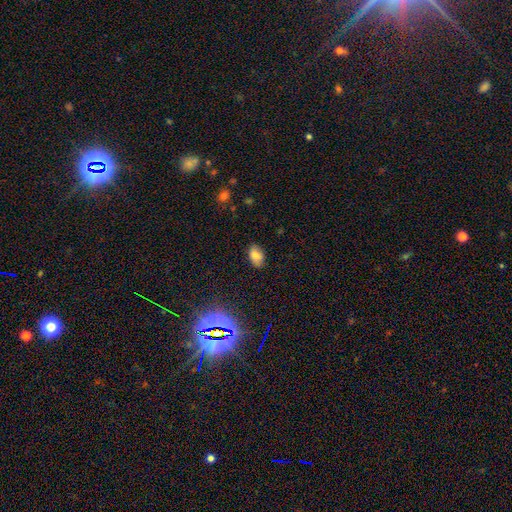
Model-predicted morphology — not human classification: Q: Smooth or featured?
A: smooth (78%); runner-up: star or artifact (12%)
Q: How rounded?
A: in between (89%); runner-up: round (9%)
Q: Merging?
A: none (84%); runner-up: minor disturbance (13%)